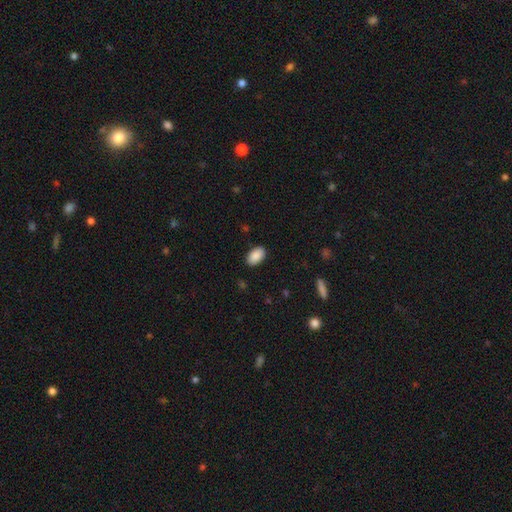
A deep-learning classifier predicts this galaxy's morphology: Smooth or featured: smooth — 90% (star or artifact — 7%)
How rounded: in between — 94% (round — 5%)
Merging: none — 88% (minor disturbance — 9%)